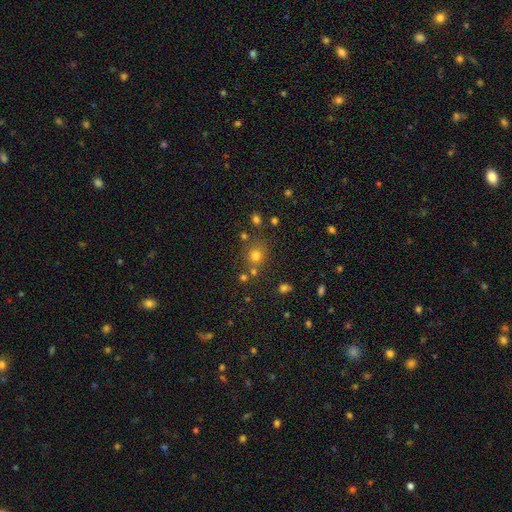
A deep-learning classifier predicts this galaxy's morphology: This appears to be a smooth galaxy with no disk features (73%) that is round (85%). Merging: none (71%).